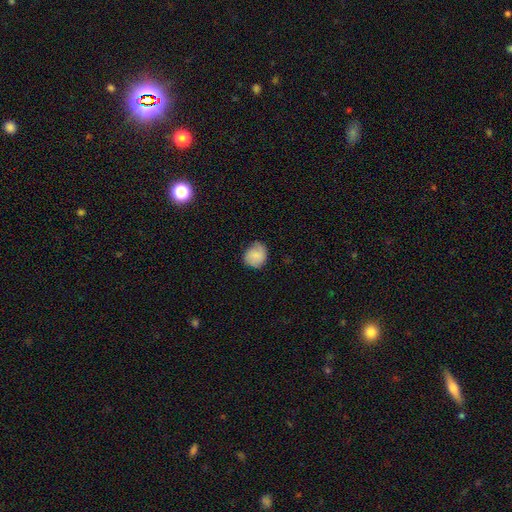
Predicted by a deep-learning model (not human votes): smooth 80%, featured or disk 12%, star or artifact 8%. Down the decision tree: how rounded — round (77%); merging — none (72%).